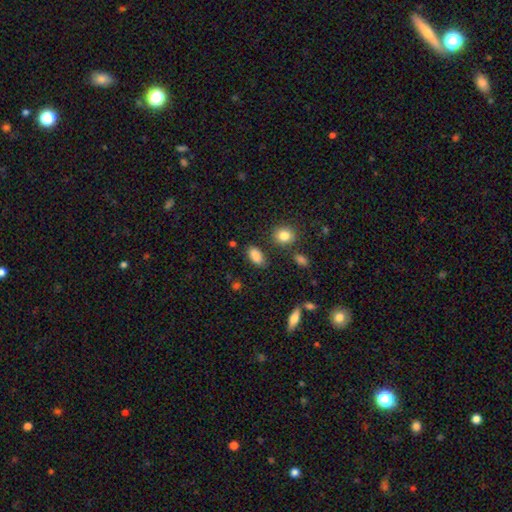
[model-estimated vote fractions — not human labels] Smooth or featured? Predicted: smooth (p=0.86). How rounded? Predicted: in between (p=0.88). Merging? Predicted: none (p=0.81).